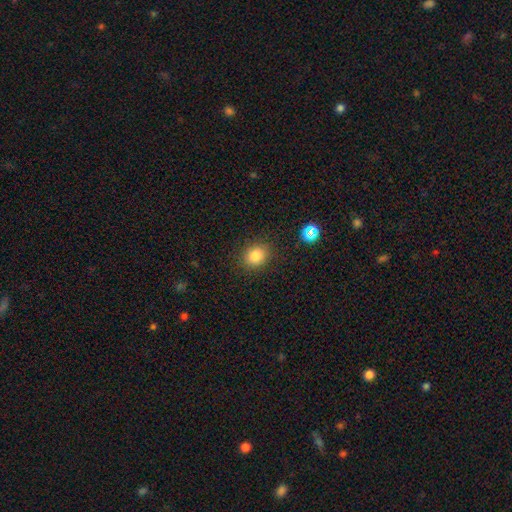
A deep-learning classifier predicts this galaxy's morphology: The model was most divided on "how rounded": round: 64%, in between: 35%, cigar-shaped: 1%. More confident: merging — none (86%); smooth or featured — smooth (81%).